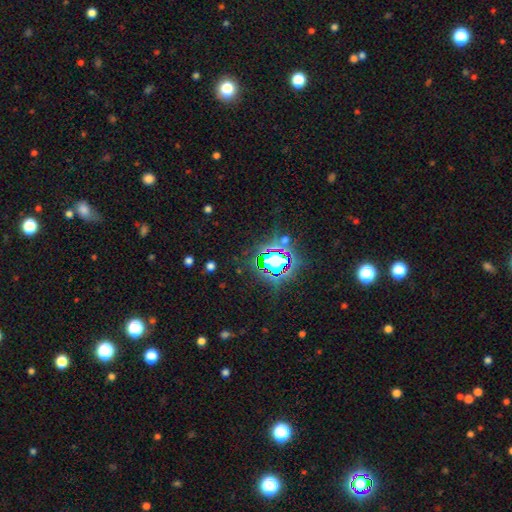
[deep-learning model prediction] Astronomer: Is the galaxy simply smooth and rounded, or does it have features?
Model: star or artifact — 83%.